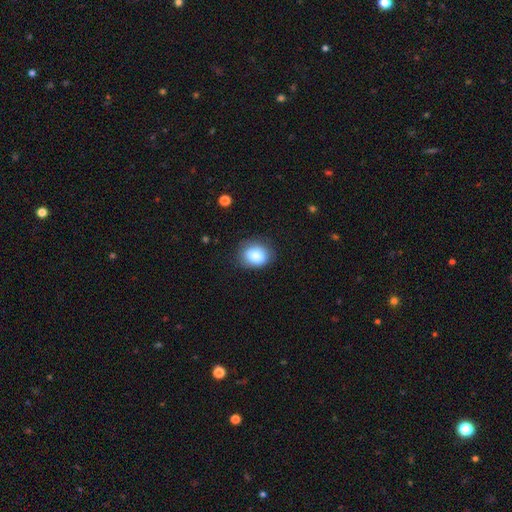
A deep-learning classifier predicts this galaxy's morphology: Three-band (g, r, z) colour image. It shows a smooth galaxy with no disk features (84%) that is in between round and cigar-shaped (58%). Merging: none (79%).